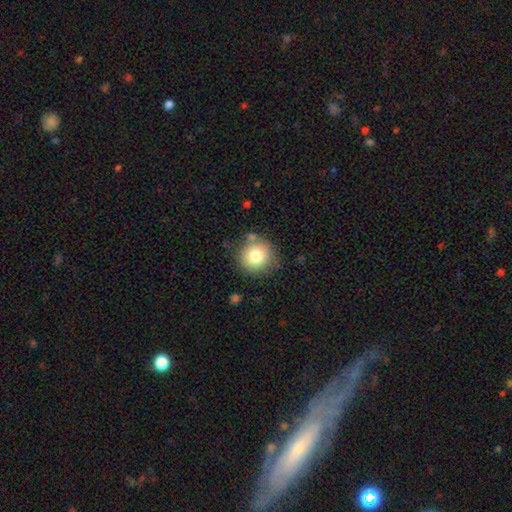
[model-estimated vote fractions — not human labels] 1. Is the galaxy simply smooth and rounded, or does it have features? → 79% smooth, 11% featured or disk, 10% star or artifact.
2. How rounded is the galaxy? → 93% round, 7% in between, 1% cigar-shaped.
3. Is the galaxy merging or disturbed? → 78% none, 13% minor disturbance, 5% merger, 4% major disturbance.